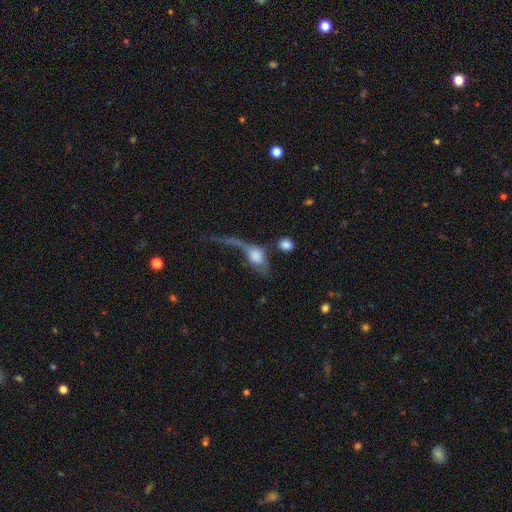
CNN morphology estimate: Smooth or featured? smooth (57%)
How rounded? in between (68%)
Merging? major disturbance (47%)